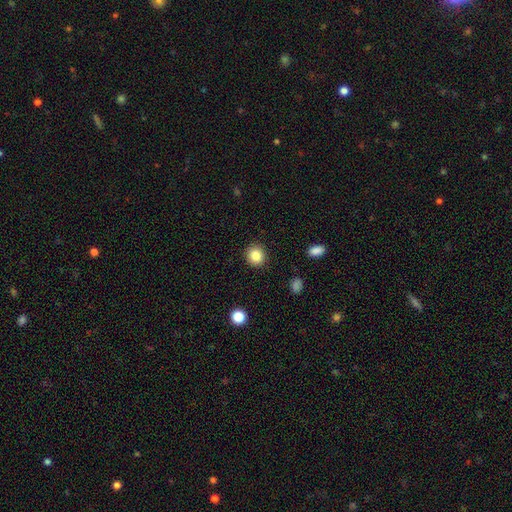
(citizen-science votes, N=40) Smooth or featured?
  - smooth: 90% *
  - star or artifact: 8%
  - featured or disk: 2%
How rounded?
  - round: 89% *
  - in between: 11%
  - cigar-shaped: 0%
Merging?
  - none: 95% *
  - major disturbance: 5%
  - minor disturbance: 0%
  - merger: 0%